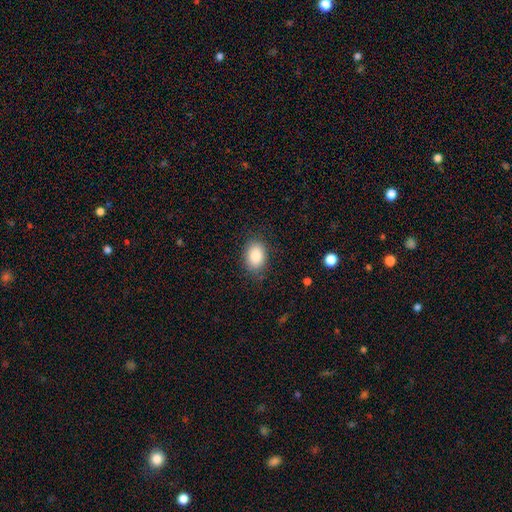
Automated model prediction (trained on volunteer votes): This appears to be a smooth galaxy with no disk features (87%) that is in between round and cigar-shaped (81%). Merging: none (82%).